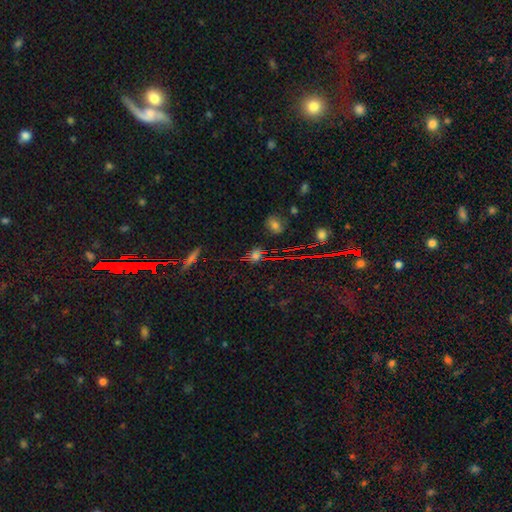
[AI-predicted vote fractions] A star or artifact, not a galaxy (56%).

Vote fractions:
- Smooth or featured? star or artifact: 56% / smooth: 32% / featured or disk: 12%